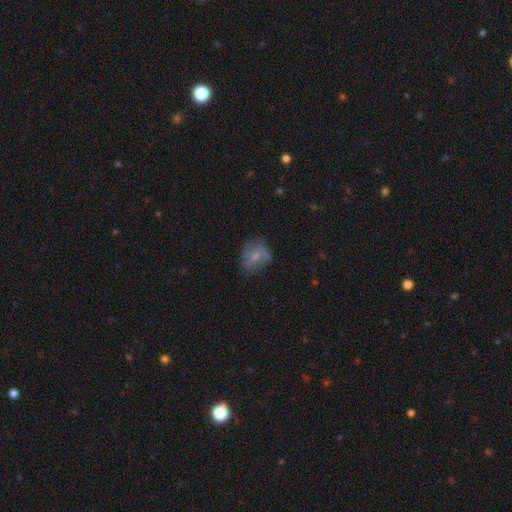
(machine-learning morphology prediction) Smooth or featured? smooth (46%)
Merging? none (55%)